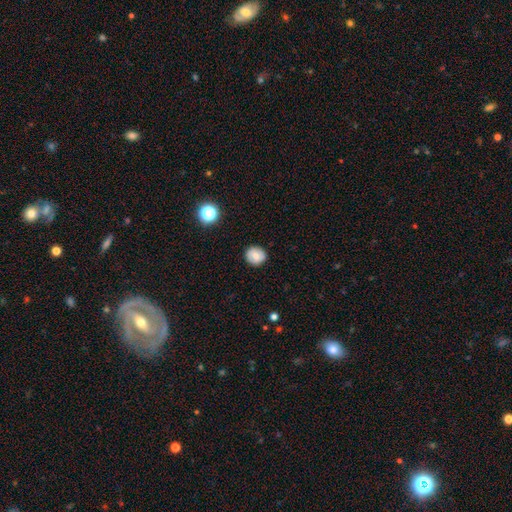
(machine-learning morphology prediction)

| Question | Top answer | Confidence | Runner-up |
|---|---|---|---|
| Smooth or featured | smooth | 72% | featured or disk (19%) |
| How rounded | round | 88% | in between (11%) |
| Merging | none | 88% | minor disturbance (9%) |